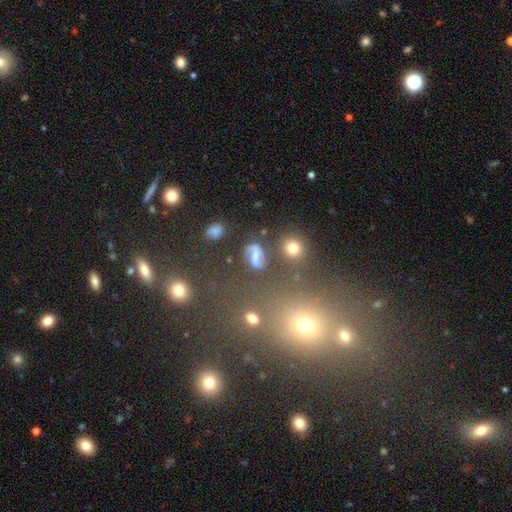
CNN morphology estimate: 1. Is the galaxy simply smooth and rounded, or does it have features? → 52% smooth, 37% star or artifact, 10% featured or disk.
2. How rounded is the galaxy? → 65% round, 32% in between, 4% cigar-shaped.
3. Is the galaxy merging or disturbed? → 73% none, 12% merger, 9% minor disturbance, 6% major disturbance.